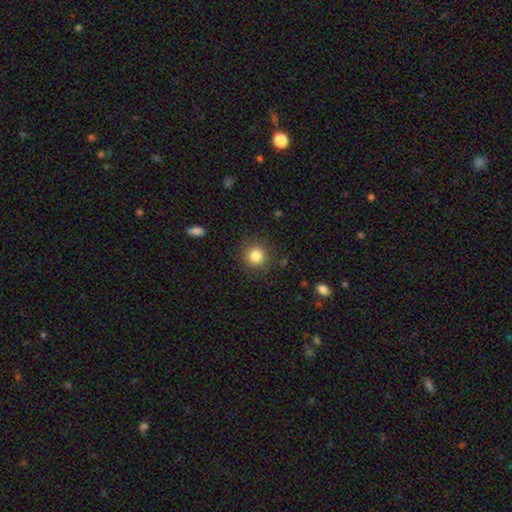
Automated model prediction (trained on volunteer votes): Smooth or featured: smooth — 83% (star or artifact — 11%)
How rounded: round — 93% (in between — 6%)
Merging: none — 87% (minor disturbance — 8%)